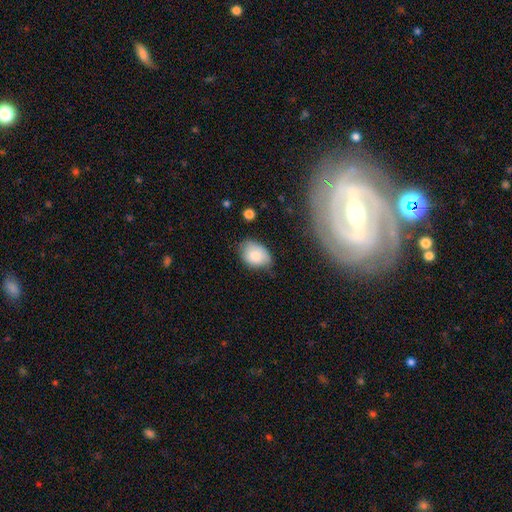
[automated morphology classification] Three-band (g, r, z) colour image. It shows a smooth galaxy with no disk features (80%) that is in between round and cigar-shaped (76%). Merging: none (60%).